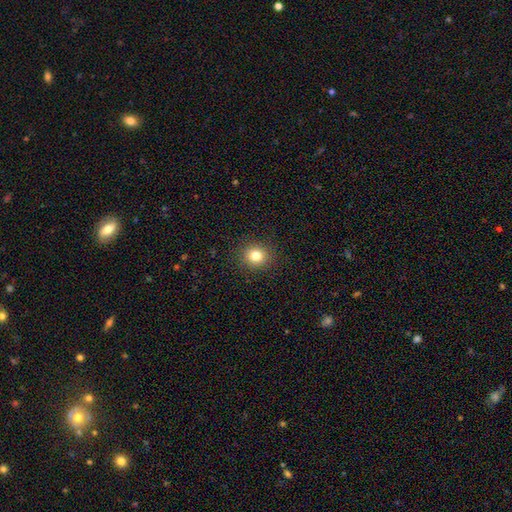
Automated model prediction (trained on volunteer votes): Smooth or featured?
  - smooth: 82% *
  - star or artifact: 12%
  - featured or disk: 6%
How rounded?
  - round: 83% *
  - in between: 16%
  - cigar-shaped: 1%
Merging?
  - none: 91% *
  - minor disturbance: 6%
  - major disturbance: 2%
  - merger: 1%